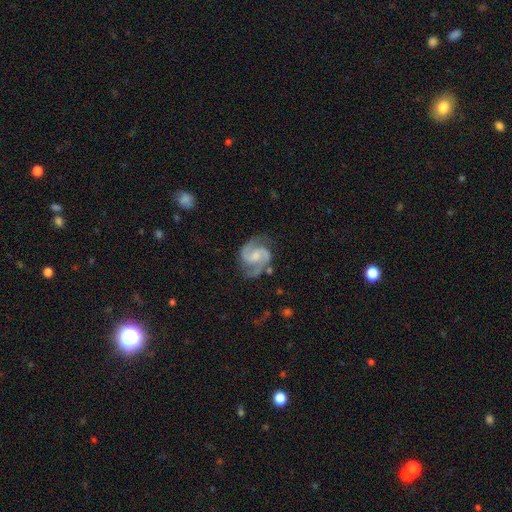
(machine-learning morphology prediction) The model was most divided on "bar": weak: 46%, no: 43%, strong: 12%. Remaining: edge-on disk — no (98%); spiral arms — yes (98%); spiral arm count — 2 (92%); smooth or featured — featured or disk (91%); merging — none (74%); spiral winding — medium (60%); bulge size — moderate (38%).